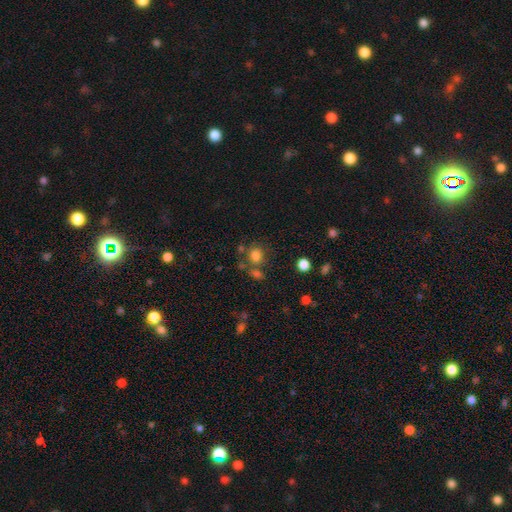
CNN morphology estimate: smooth-or-featured: smooth: 77% | star or artifact: 15% | featured or disk: 8%
  how-rounded: round: 78% | in between: 21% | cigar-shaped: 1%
  merging: none: 64% | merger: 18% | minor disturbance: 12% | major disturbance: 6%